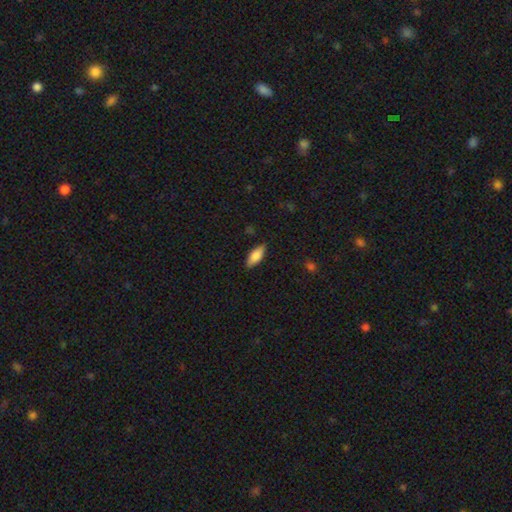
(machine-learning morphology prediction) smooth_or_featured: smooth (p=0.82) [alt: featured or disk p=0.12]
how_rounded: in between (p=0.78) [alt: cigar-shaped p=0.20]
merging: none (p=0.85) [alt: minor disturbance p=0.11]